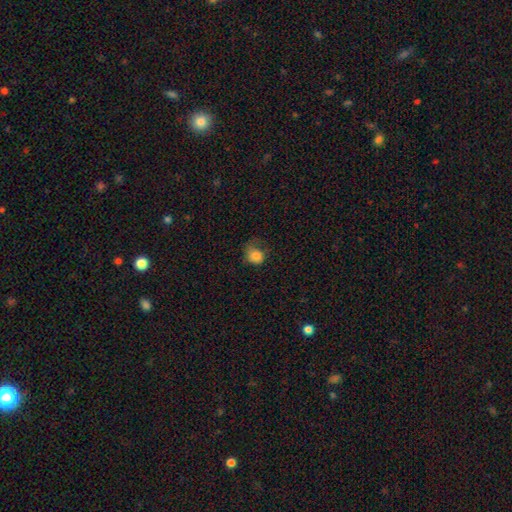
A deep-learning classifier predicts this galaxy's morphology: The model was most divided on "merging": none: 43%, minor disturbance: 30%, major disturbance: 25%, merger: 2%. More confident: smooth or featured — smooth (82%); how rounded — round (71%).